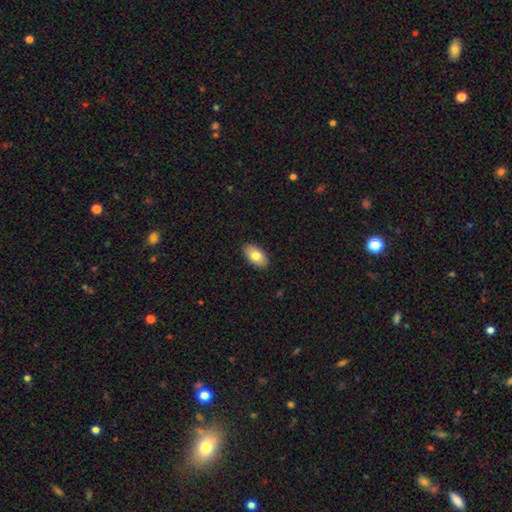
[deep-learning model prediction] smooth_or_featured: smooth (p=0.79) [alt: featured or disk p=0.14]
how_rounded: in between (p=0.94) [alt: round p=0.04]
merging: none (p=0.89) [alt: minor disturbance p=0.09]